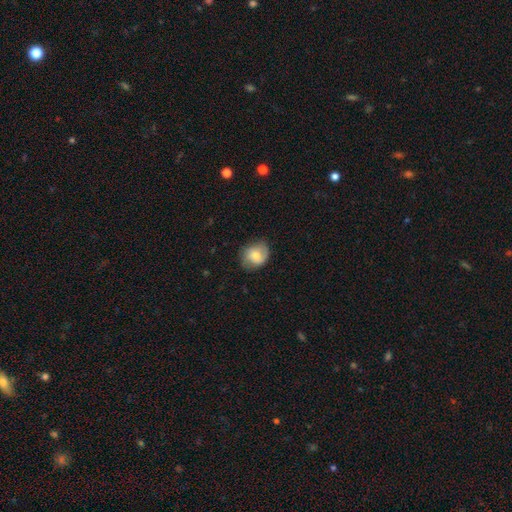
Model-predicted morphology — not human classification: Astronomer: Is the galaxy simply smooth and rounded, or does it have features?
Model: smooth — 61%.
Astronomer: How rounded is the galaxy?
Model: round — 62%.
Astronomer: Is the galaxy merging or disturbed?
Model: none — 67%.